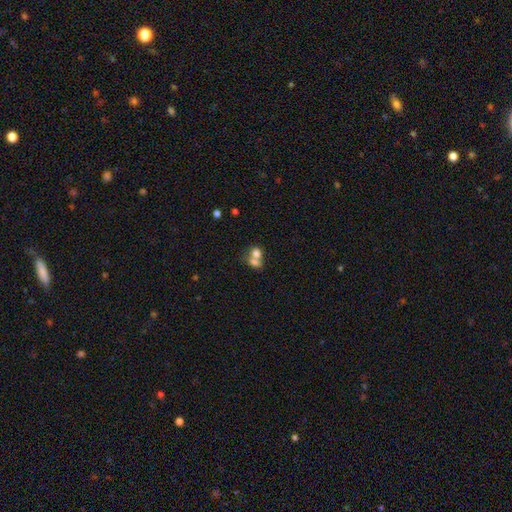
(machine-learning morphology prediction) Q: Smooth or featured?
A: smooth (71%); runner-up: featured or disk (18%)
Q: How rounded?
A: round (57%); runner-up: in between (42%)
Q: Merging?
A: merger (67%); runner-up: none (23%)